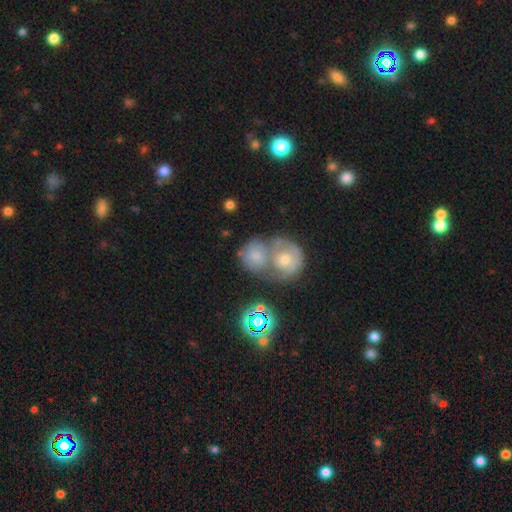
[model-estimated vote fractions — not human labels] A smooth galaxy with no disk features (53%) that is round (74%). Merging: merger (63%).